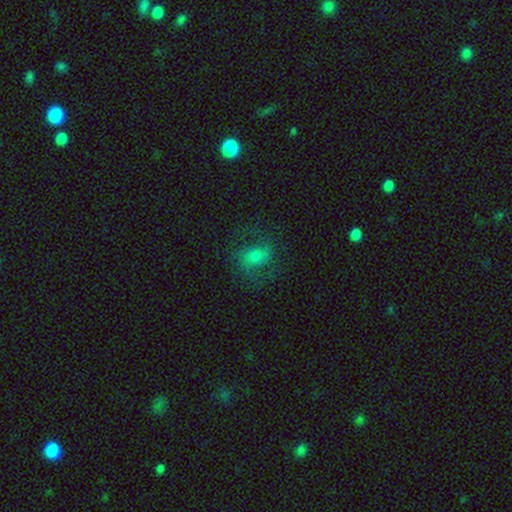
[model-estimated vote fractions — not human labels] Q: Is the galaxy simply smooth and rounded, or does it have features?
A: featured or disk — 47%.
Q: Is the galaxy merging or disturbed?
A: none — 62%.